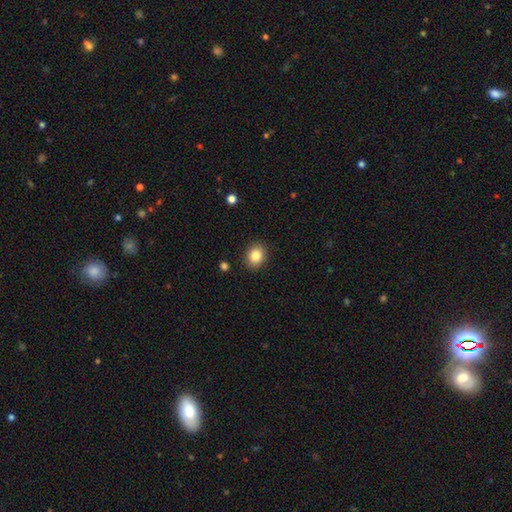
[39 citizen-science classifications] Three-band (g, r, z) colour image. It shows a smooth galaxy with no disk features (82%) that is round (66%). Merging: none (83%).